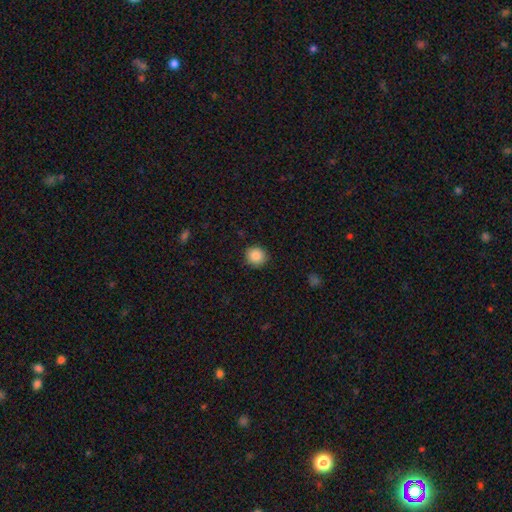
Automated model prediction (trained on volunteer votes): This appears to be a smooth galaxy with no disk features (87%) that is round (92%). Merging: none (89%).